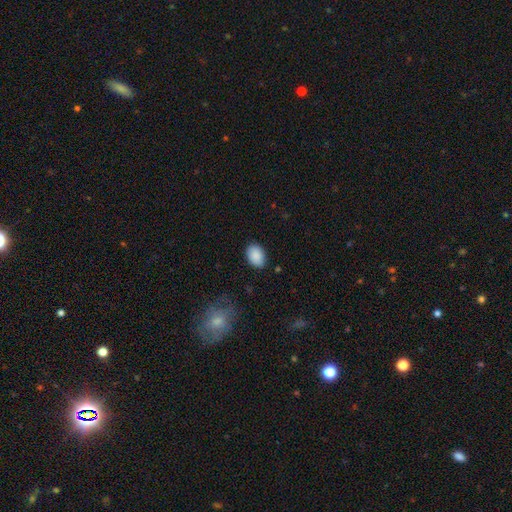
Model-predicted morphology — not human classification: Smooth or featured?
  - smooth: 89% *
  - star or artifact: 7%
  - featured or disk: 4%
How rounded?
  - in between: 82% *
  - round: 17%
  - cigar-shaped: 1%
Merging?
  - none: 83% *
  - minor disturbance: 13%
  - major disturbance: 3%
  - merger: 1%